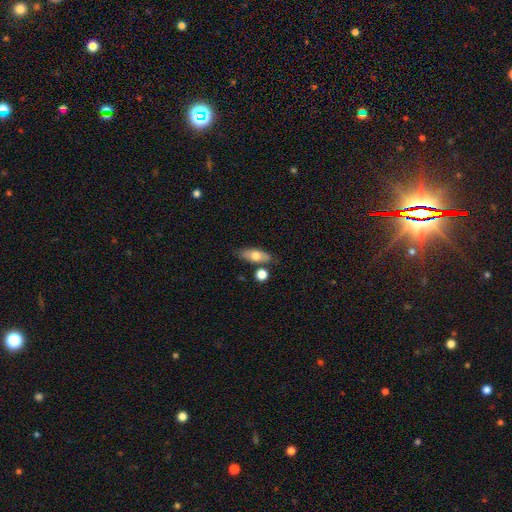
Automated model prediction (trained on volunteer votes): Smooth or featured? smooth (61%)
How rounded? in between (74%)
Merging? none (72%)